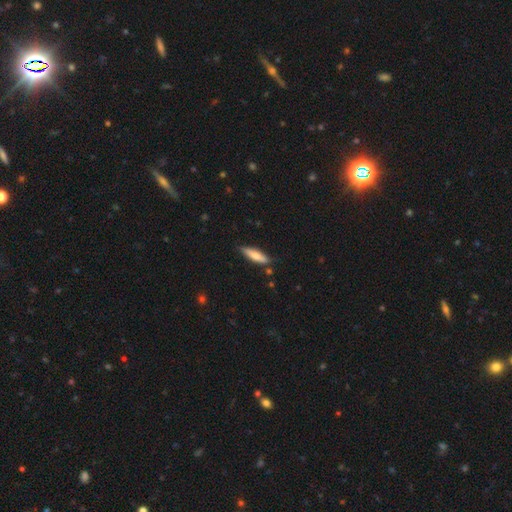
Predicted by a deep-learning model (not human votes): smooth 72%, featured or disk 22%, star or artifact 6%. Down the decision tree: how rounded — cigar-shaped (67%); merging — none (80%).